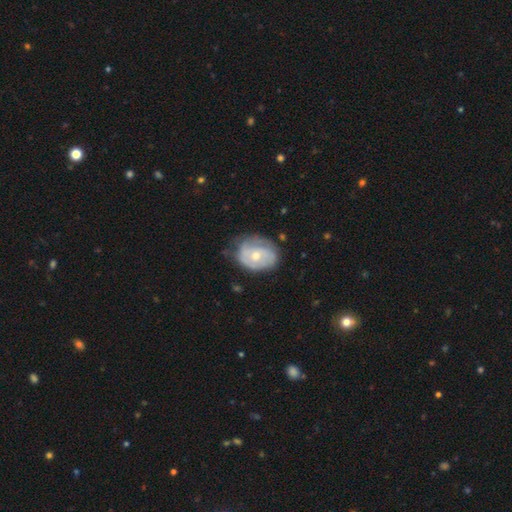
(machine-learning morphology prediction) This is likely a featured or disk galaxy (60%). It is clearly not viewed edge-on (96%). Bar: likely no (75%). Spiral arm pattern: likely yes (67%). Central bulge: possibly moderate (54%). Merging: possibly none (54%).